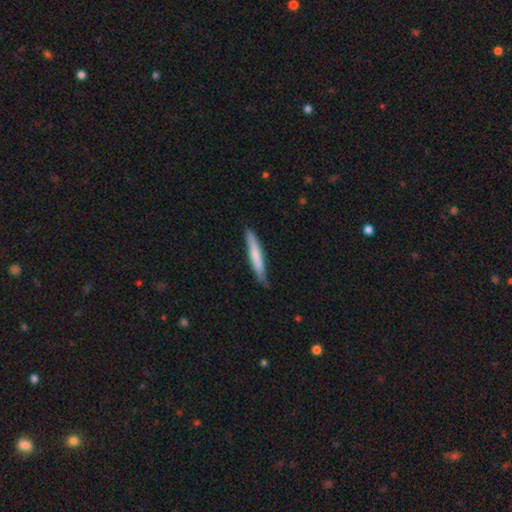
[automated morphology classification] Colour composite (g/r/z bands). It shows a smooth galaxy with no disk features (63%) that is cigar-shaped (94%). Merging: none (78%).